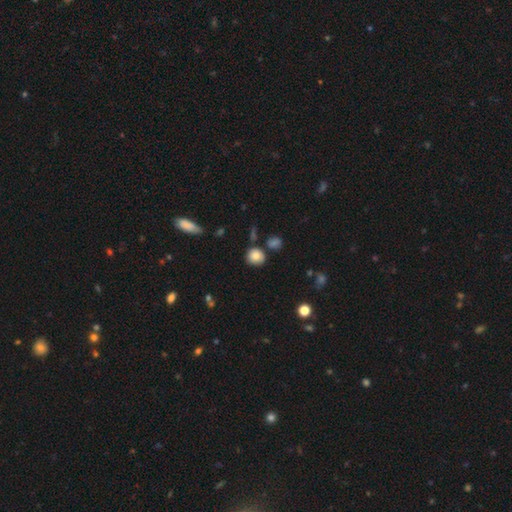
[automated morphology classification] Smooth or featured? smooth (81%)
How rounded? round (86%)
Merging? none (77%)